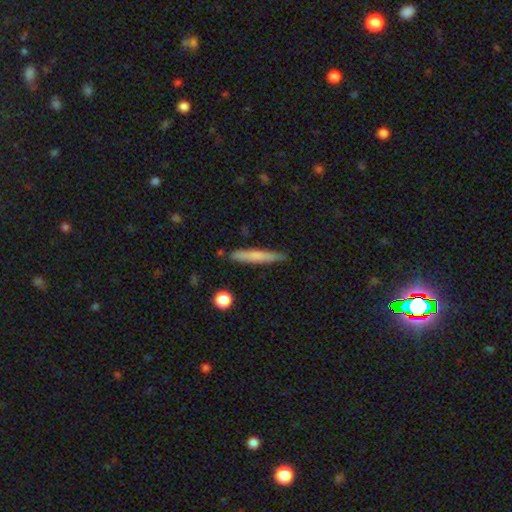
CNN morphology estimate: type=smooth (68%); roundness=cigar-shaped (94%); merging=none (85%).